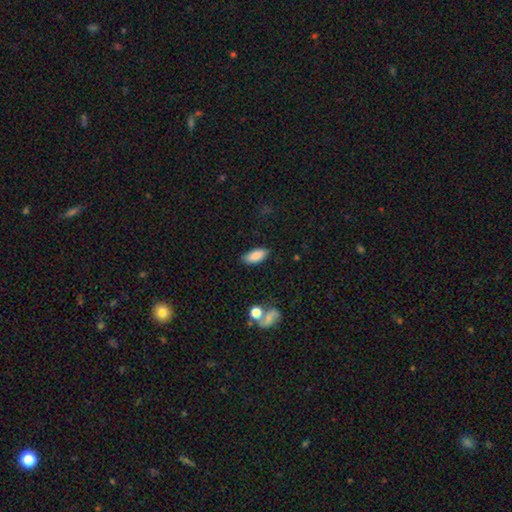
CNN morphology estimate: type=smooth (86%); roundness=in between (87%); merging=none (82%).